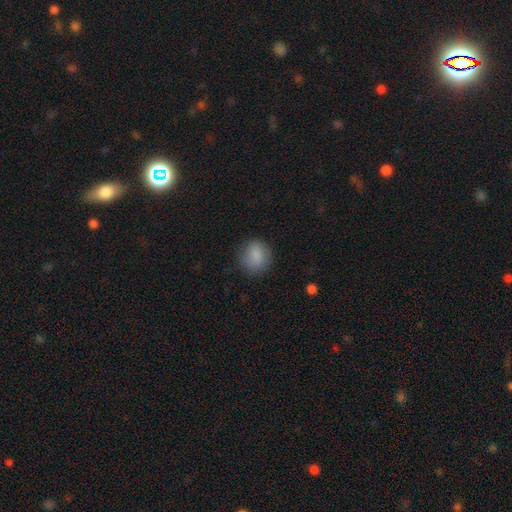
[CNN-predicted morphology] The model was most divided on "how rounded": round: 77%, in between: 22%, cigar-shaped: 1%. More confident: smooth or featured — smooth (85%); merging — none (79%).